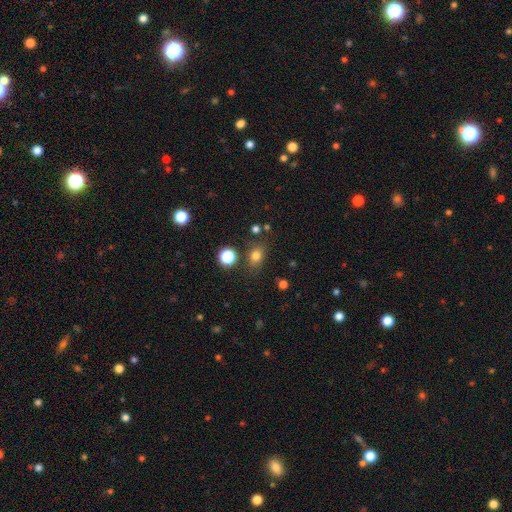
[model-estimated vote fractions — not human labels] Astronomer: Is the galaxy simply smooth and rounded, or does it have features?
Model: smooth — 76%.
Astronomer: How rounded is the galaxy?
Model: in between — 52% (runner-up: round, 47%).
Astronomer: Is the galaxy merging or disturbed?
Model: none — 76%.